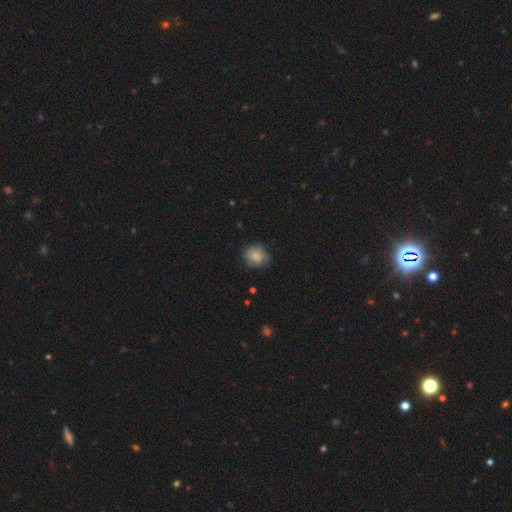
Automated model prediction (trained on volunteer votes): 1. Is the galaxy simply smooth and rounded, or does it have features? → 81% smooth, 11% featured or disk, 8% star or artifact.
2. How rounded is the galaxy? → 83% round, 16% in between, 1% cigar-shaped.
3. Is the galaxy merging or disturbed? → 69% none, 25% minor disturbance, 5% major disturbance, 1% merger.